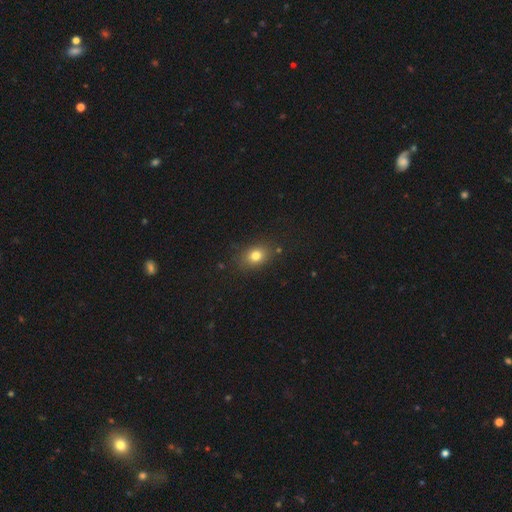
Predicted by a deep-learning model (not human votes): Smooth or featured?
  - smooth: 79% *
  - star or artifact: 13%
  - featured or disk: 9%
How rounded?
  - in between: 61% *
  - round: 37%
  - cigar-shaped: 2%
Merging?
  - none: 82% *
  - minor disturbance: 12%
  - major disturbance: 3%
  - merger: 2%